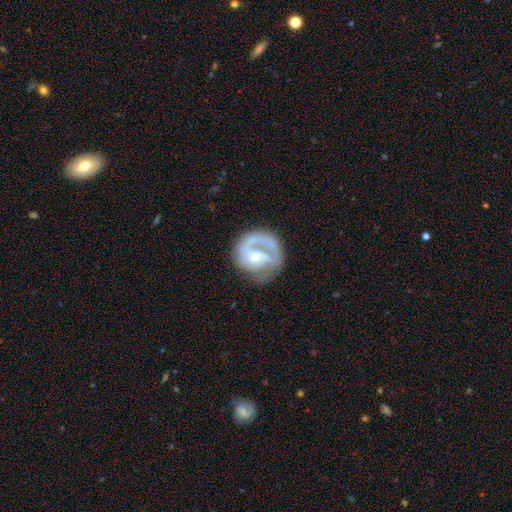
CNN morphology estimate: Overall: featured or disk (74%). Edge-on disk: no (98%). Bar: no (50%; weak 40%). Spiral arms: yes (87%). Spiral arm count: 1 (56%; 2 25%). Spiral winding: tight (44%; medium 37%). Bulge size: moderate (42%; small 39%). Merging: none (59%; major disturbance 20%).